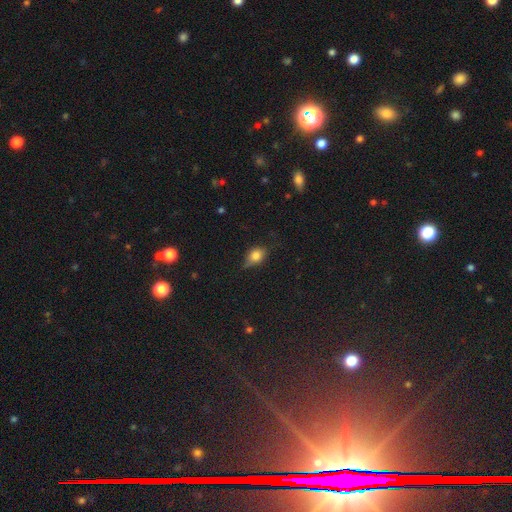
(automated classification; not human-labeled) Overall: smooth (74%). How rounded: in between (55%; round 41%). Merging: none (55%; minor disturbance 34%).